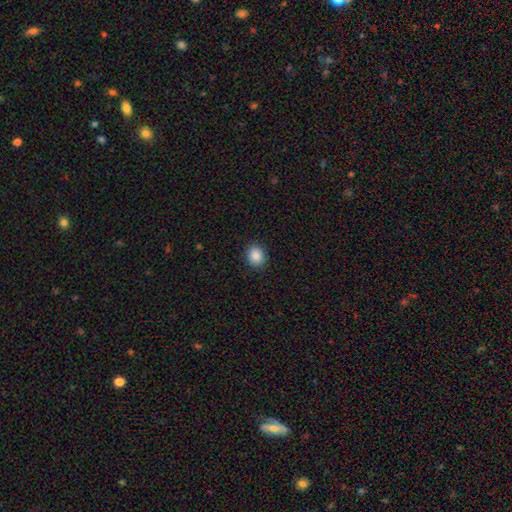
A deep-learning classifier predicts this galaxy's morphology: Smooth or featured? Predicted: smooth (p=0.88). How rounded? Predicted: round (p=0.70). Merging? Predicted: none (p=0.91).